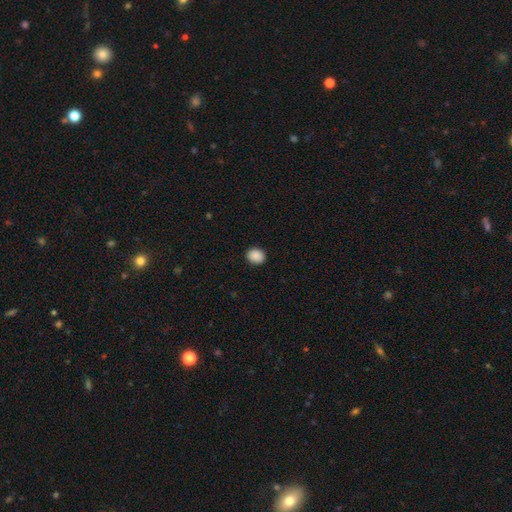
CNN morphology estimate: type=smooth (90%); roundness=round (59%); merging=none (90%).